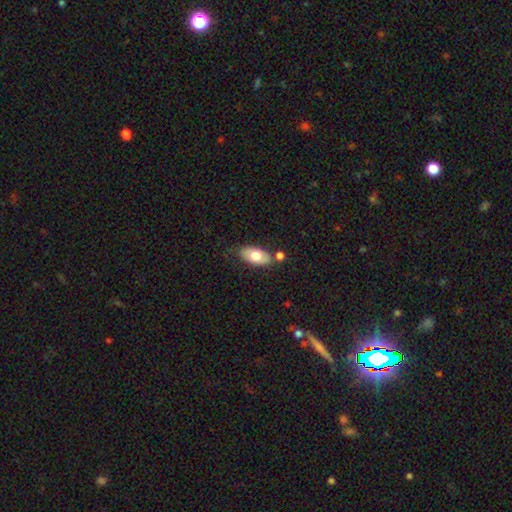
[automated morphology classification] Overall: smooth (71%). How rounded: in between (92%). Merging: none (69%).